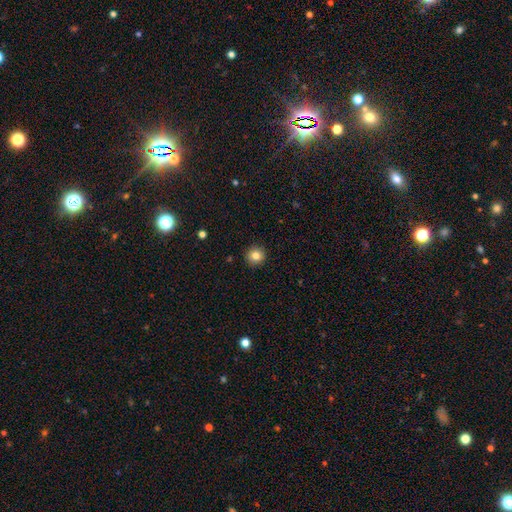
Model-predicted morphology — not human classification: smooth-or-featured: smooth: 83% | star or artifact: 10% | featured or disk: 7%
  how-rounded: round: 94% | in between: 5% | cigar-shaped: 1%
  merging: none: 93% | minor disturbance: 5% | major disturbance: 2% | merger: 1%